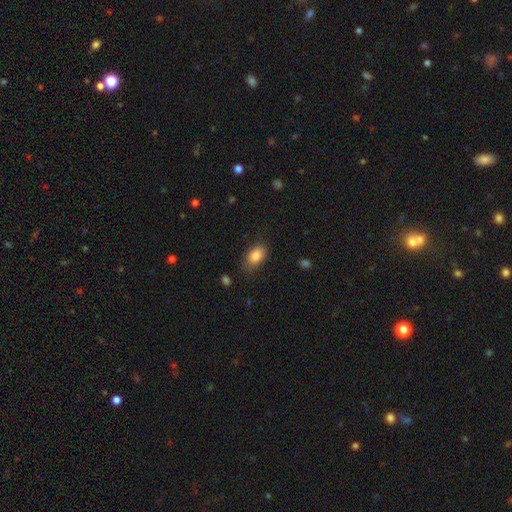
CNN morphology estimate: Q: Smooth or featured?
A: smooth (86%); runner-up: star or artifact (8%)
Q: How rounded?
A: in between (88%); runner-up: round (10%)
Q: Merging?
A: none (71%); runner-up: minor disturbance (22%)